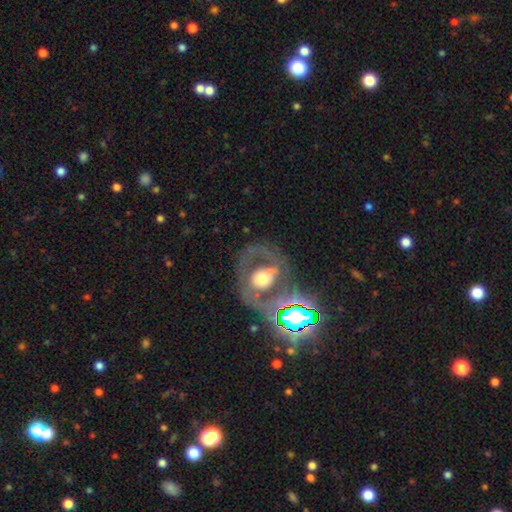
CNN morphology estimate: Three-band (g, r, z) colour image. It shows a featured or disk galaxy (64%) with no bar (46%), spiral arms (58%) and a moderate central bulge (65%). Merging: none (58%).